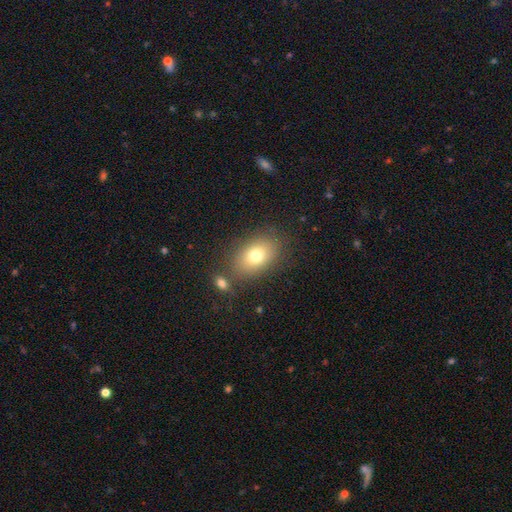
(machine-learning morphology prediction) A smooth galaxy with no disk features (75%) that is in between round and cigar-shaped (83%). Merging: none (78%).